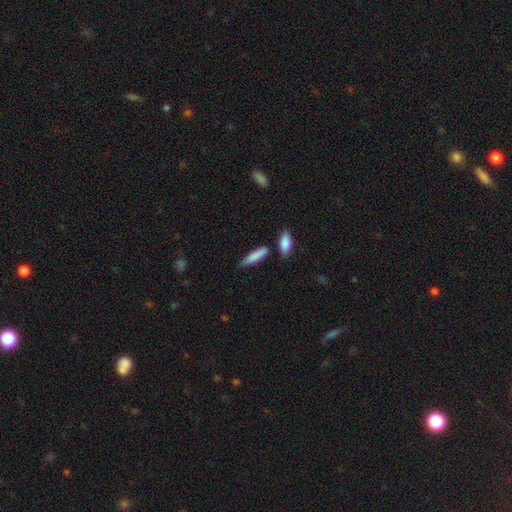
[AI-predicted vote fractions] A smooth galaxy with no disk features (84%) that is cigar-shaped (65%). Merging: none (66%).